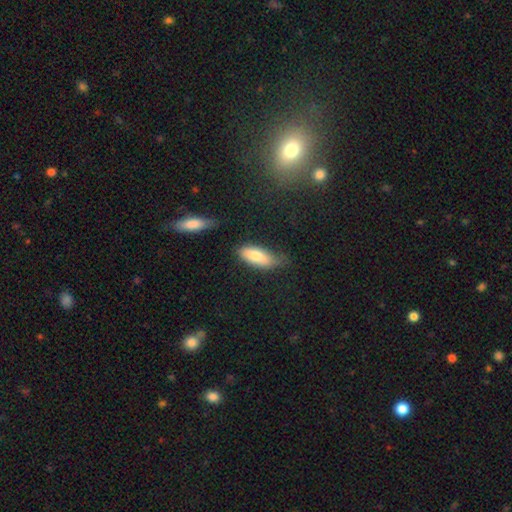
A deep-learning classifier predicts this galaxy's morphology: Smooth or featured: smooth — 78% (featured or disk — 16%)
How rounded: in between — 79% (cigar-shaped — 19%)
Merging: none — 56% (minor disturbance — 32%)